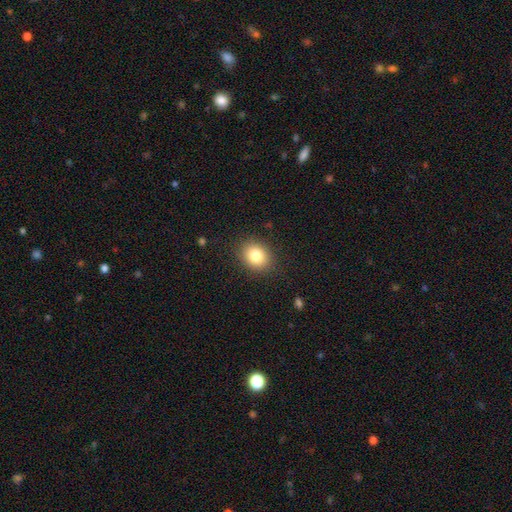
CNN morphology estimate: Overall: smooth (82%). How rounded: round (57%; in between 43%). Merging: none (88%).